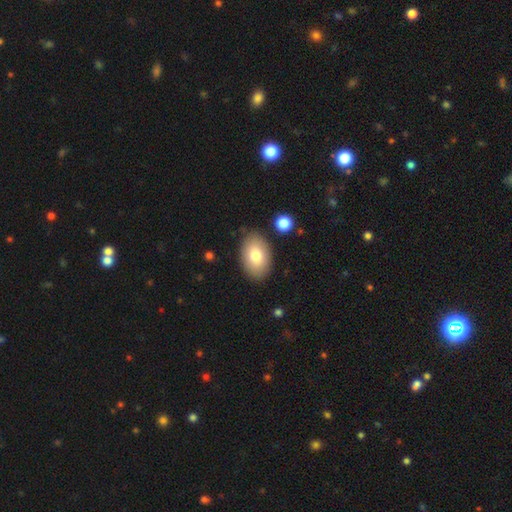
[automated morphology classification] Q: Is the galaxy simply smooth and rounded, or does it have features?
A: smooth — 80%.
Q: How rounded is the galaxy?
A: in between — 91%.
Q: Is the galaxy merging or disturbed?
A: none — 84%.